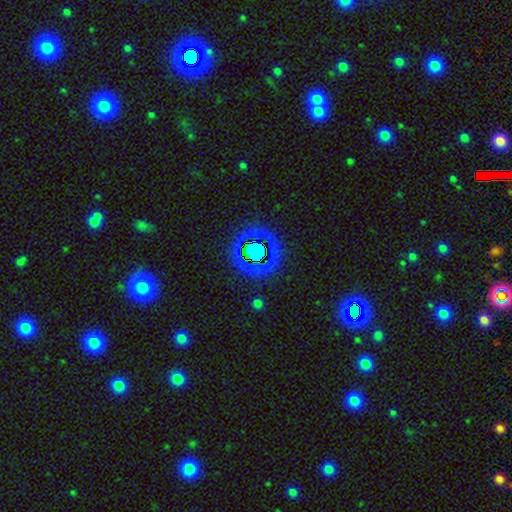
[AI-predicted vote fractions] Smooth or featured: star or artifact — 69% (smooth — 21%)